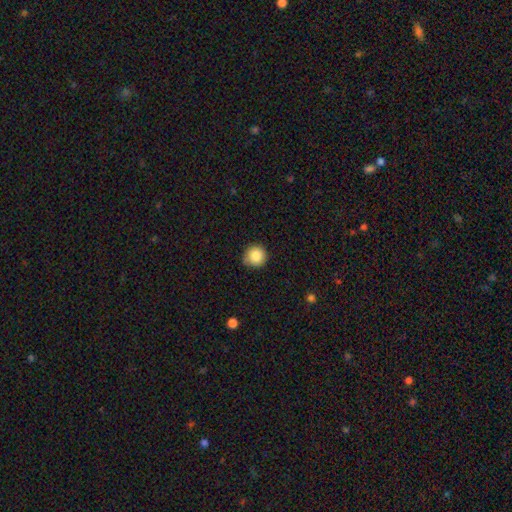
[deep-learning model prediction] A smooth galaxy with no disk features (86%) that is round (94%). Merging: none (78%).